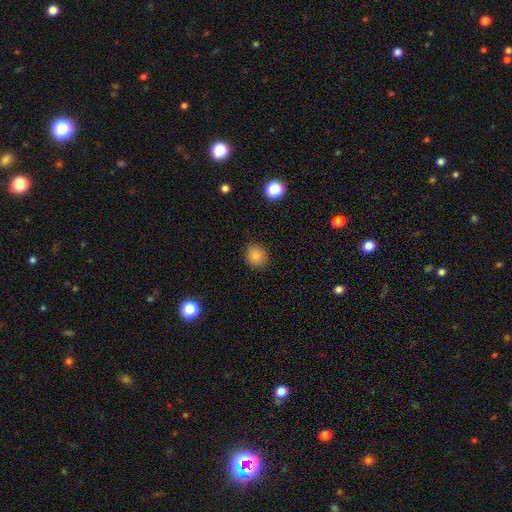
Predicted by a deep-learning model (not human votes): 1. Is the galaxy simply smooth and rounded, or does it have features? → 85% smooth, 11% star or artifact, 4% featured or disk.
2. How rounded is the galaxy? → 82% round, 17% in between, 1% cigar-shaped.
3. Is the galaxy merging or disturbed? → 89% none, 8% minor disturbance, 2% major disturbance, 1% merger.